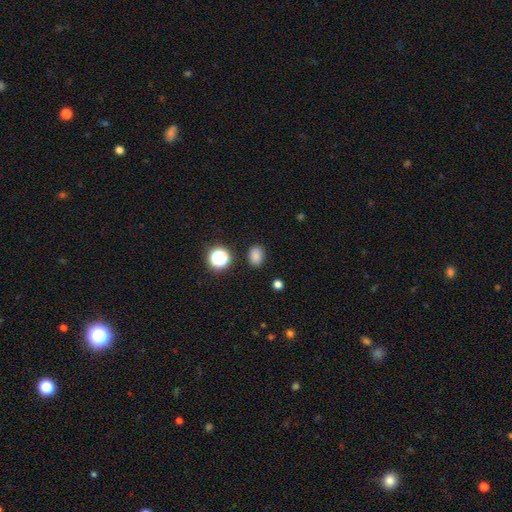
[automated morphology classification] A smooth galaxy with no disk features (82%) that is in between round and cigar-shaped (68%). Merging: none (86%).